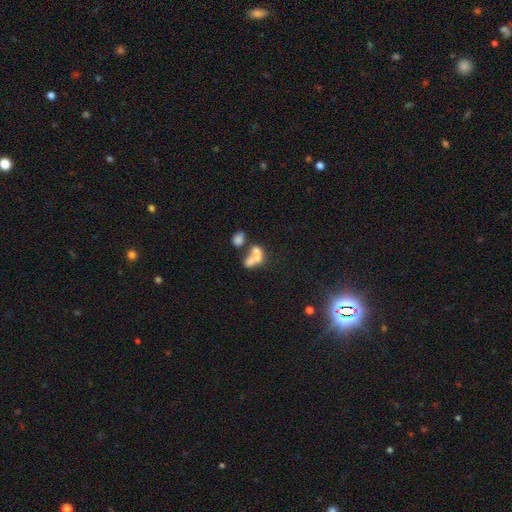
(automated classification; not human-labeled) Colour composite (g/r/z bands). It shows a smooth galaxy with no disk features (60%) that is in between round and cigar-shaped (75%). Merging: merger (62%).